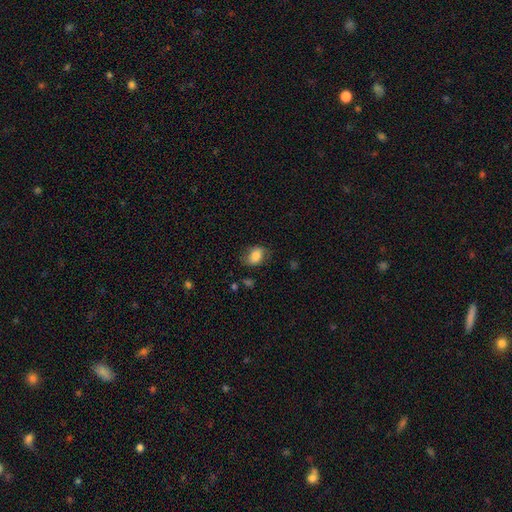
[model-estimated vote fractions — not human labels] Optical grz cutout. It shows a smooth galaxy with no disk features (81%) that is in between round and cigar-shaped (75%). Merging: none (71%).